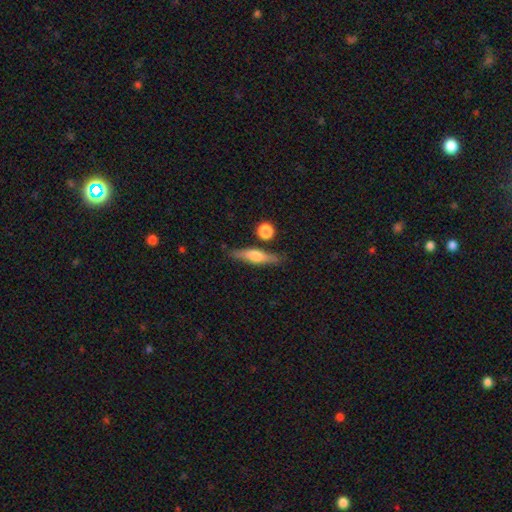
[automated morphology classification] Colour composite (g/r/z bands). It shows a featured or disk galaxy (50%). Merging: none (79%).